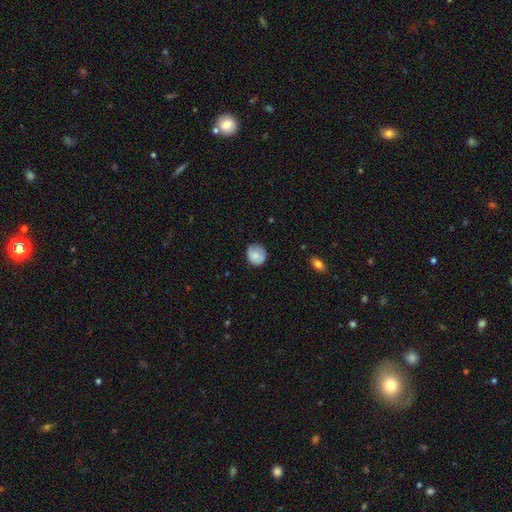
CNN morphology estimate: Q: Smooth or featured?
A: smooth (78%); runner-up: featured or disk (15%)
Q: How rounded?
A: round (84%); runner-up: in between (15%)
Q: Merging?
A: none (76%); runner-up: minor disturbance (19%)